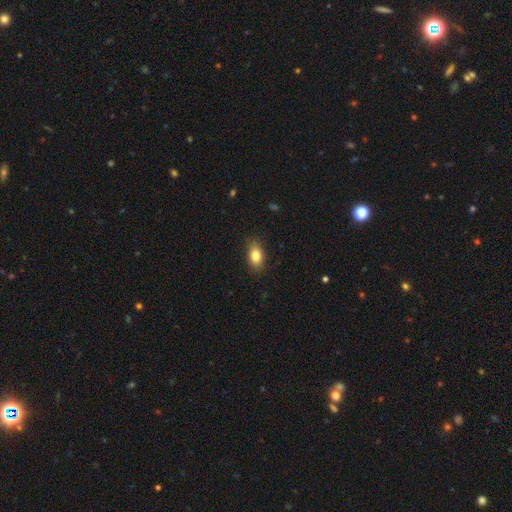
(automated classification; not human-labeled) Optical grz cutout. It shows a smooth galaxy with no disk features (83%) that is in between round and cigar-shaped (86%). Merging: none (85%).